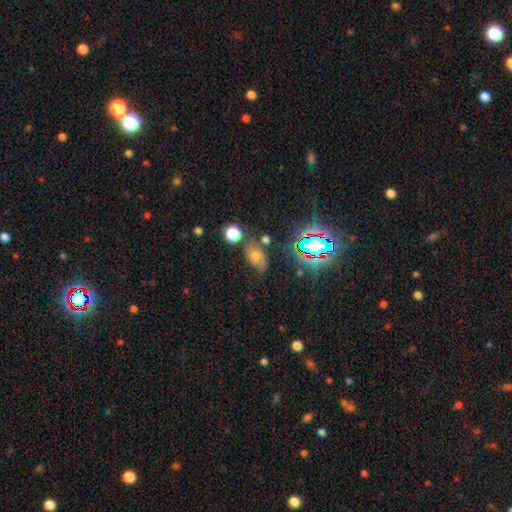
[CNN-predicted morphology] A featured or disk galaxy (34%).

Vote fractions:
- Smooth or featured? featured or disk: 34% / smooth: 33% / star or artifact: 32%
- Merging? none: 57% / minor disturbance: 24% / major disturbance: 13% / merger: 6%